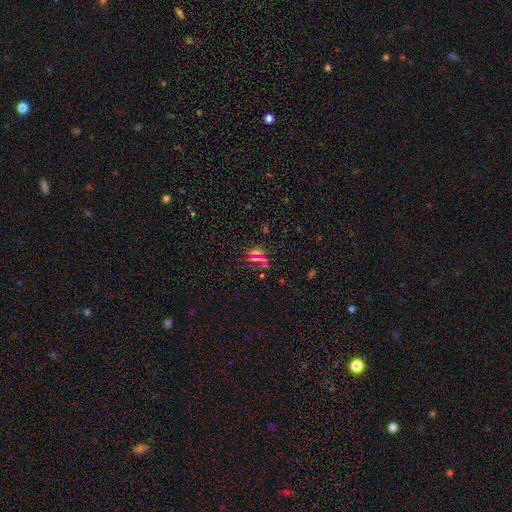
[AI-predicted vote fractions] Q: Smooth or featured?
A: star or artifact (55%); runner-up: smooth (32%)